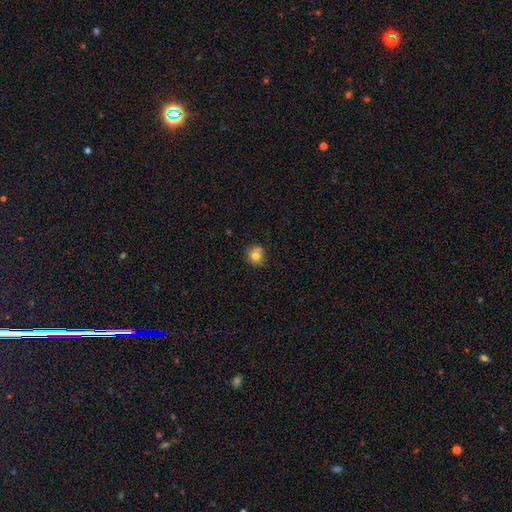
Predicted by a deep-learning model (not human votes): Morphology: type=smooth (78%); roundness=round (89%); merging=none (76%).